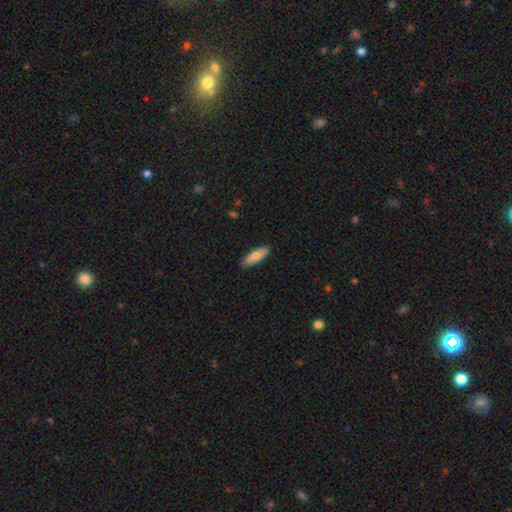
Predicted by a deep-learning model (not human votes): The model was most divided on "how rounded": in between: 51%, cigar-shaped: 47%, round: 2%. More confident: merging — none (87%); smooth or featured — smooth (79%).